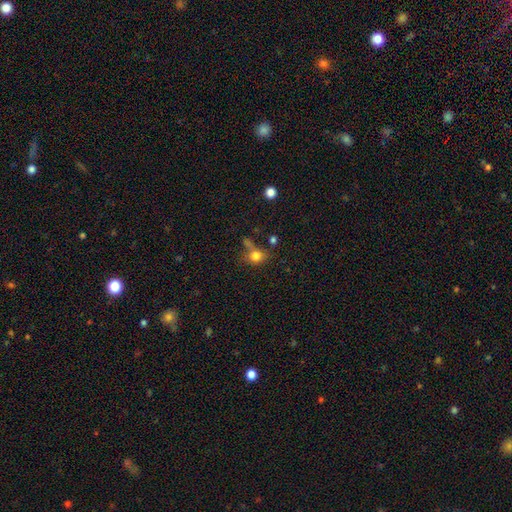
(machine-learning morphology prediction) Overall: smooth (79%). How rounded: round (58%; in between 41%). Merging: none (51%; merger 20%).